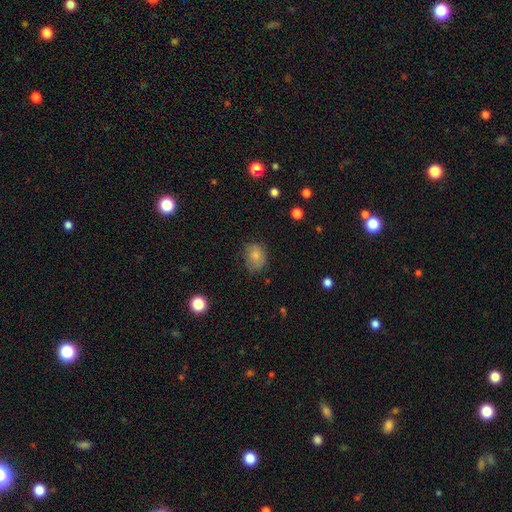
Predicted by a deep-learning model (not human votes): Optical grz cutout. It shows a smooth galaxy with no disk features (78%) that is in between round and cigar-shaped (51%). Merging: none (61%).